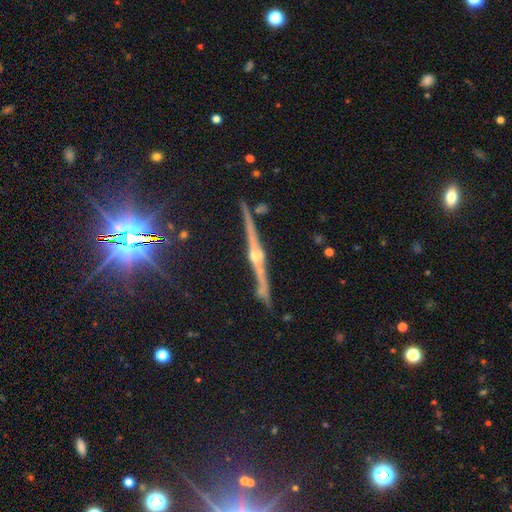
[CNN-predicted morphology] A featured or disk galaxy (85%) viewed edge-on (97%) with a rounded central bulge (93%). Merging: none (83%).